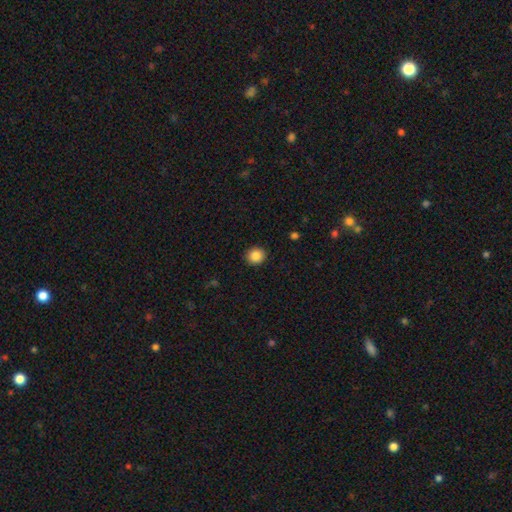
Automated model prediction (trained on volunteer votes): A smooth galaxy with no disk features (86%) that is round (82%).

Vote fractions:
- Smooth or featured? smooth: 86% / star or artifact: 9% / featured or disk: 5%
- How rounded? round: 82% / in between: 17% / cigar-shaped: 1%
- Merging? none: 91% / minor disturbance: 6% / major disturbance: 2% / merger: 1%